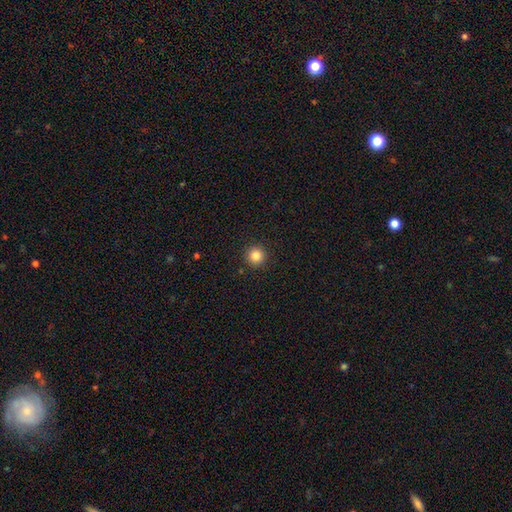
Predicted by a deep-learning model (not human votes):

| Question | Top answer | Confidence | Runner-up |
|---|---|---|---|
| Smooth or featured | smooth | 84% | star or artifact (12%) |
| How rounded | round | 96% | in between (3%) |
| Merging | none | 92% | minor disturbance (5%) |